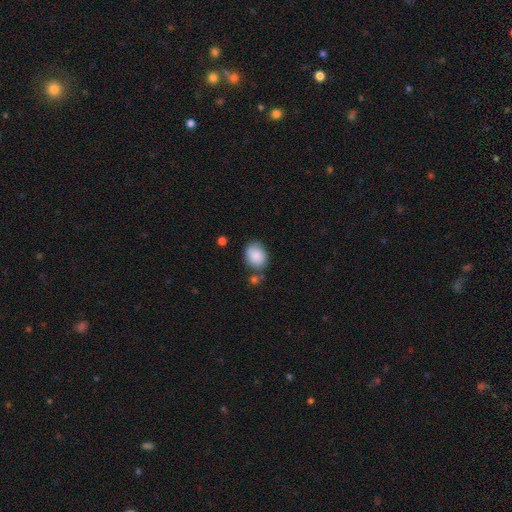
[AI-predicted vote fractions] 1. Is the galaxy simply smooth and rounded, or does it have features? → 87% smooth, 7% star or artifact, 5% featured or disk.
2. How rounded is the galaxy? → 61% in between, 38% round, 1% cigar-shaped.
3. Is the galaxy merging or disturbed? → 68% none, 18% minor disturbance, 10% merger, 5% major disturbance.